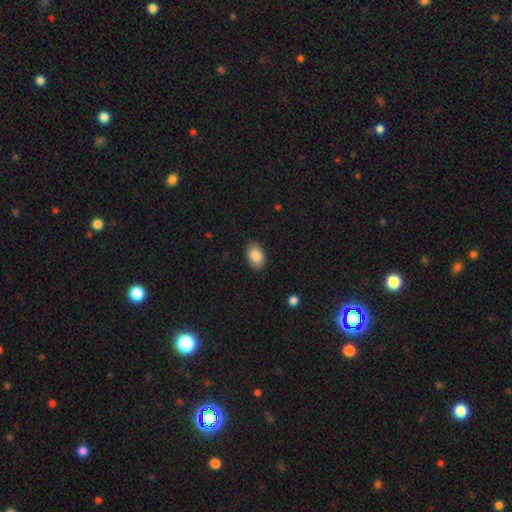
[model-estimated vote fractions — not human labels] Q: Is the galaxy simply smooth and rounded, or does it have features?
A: smooth — 87%.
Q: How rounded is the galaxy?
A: in between — 87%.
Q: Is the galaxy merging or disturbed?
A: none — 86%.